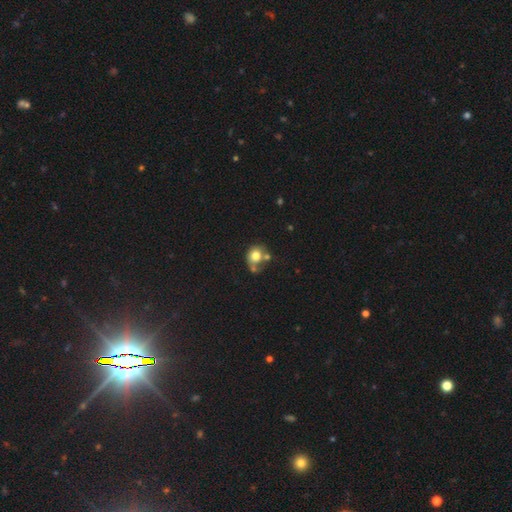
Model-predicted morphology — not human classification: Smooth or featured? smooth (73%)
How rounded? round (69%)
Merging? none (37%)